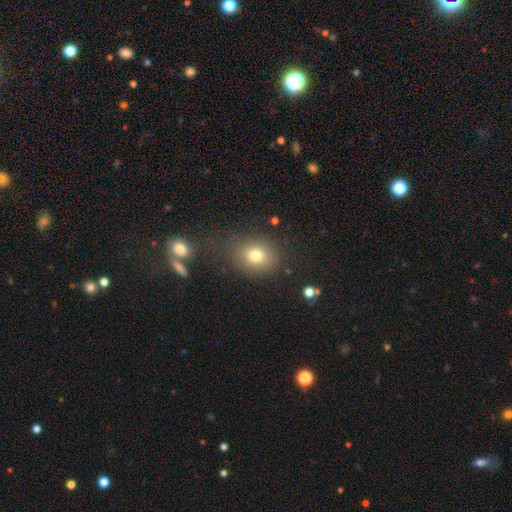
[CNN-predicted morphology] A smooth galaxy with no disk features (76%) that is round (59%). Merging: none (71%).